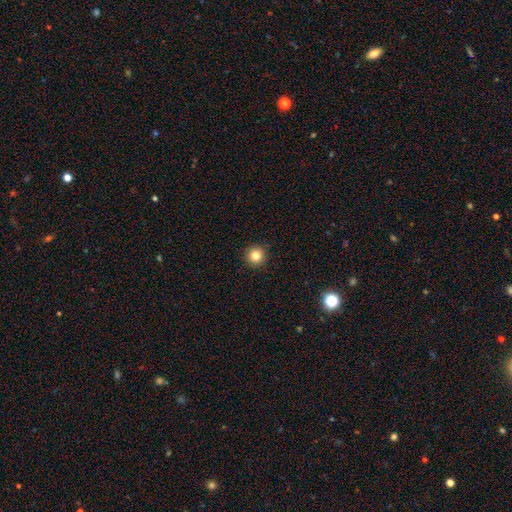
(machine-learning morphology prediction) A smooth galaxy with no disk features (83%) that is round (96%).

Vote fractions:
- Smooth or featured? smooth: 83% / star or artifact: 11% / featured or disk: 6%
- How rounded? round: 96% / in between: 3% / cigar-shaped: 1%
- Merging? none: 93% / minor disturbance: 5% / major disturbance: 2% / merger: 1%